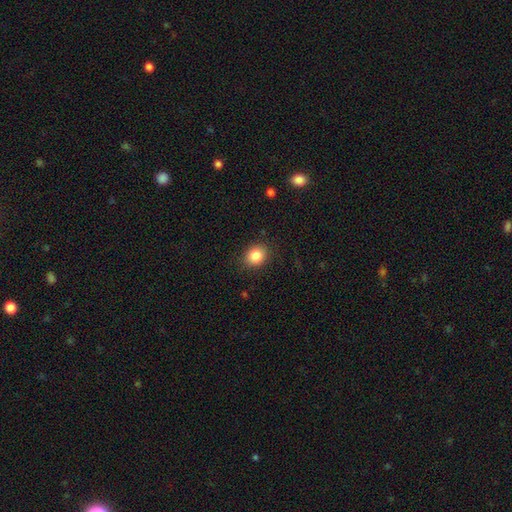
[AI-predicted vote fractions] A smooth galaxy with no disk features (85%) that is round (66%).

Vote fractions:
- Smooth or featured? smooth: 85% / star or artifact: 10% / featured or disk: 5%
- How rounded? round: 66% / in between: 34% / cigar-shaped: 1%
- Merging? none: 86% / minor disturbance: 10% / major disturbance: 3% / merger: 1%